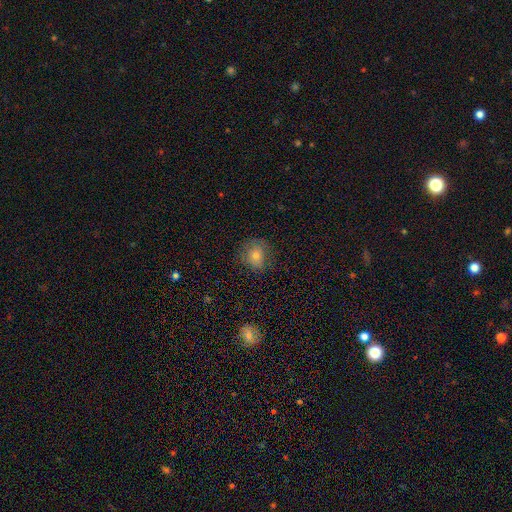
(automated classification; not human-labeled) Smooth or featured?
  - smooth: 61% *
  - featured or disk: 25%
  - star or artifact: 15%
How rounded?
  - round: 79% *
  - in between: 20%
  - cigar-shaped: 1%
Merging?
  - none: 74% *
  - minor disturbance: 17%
  - major disturbance: 7%
  - merger: 1%